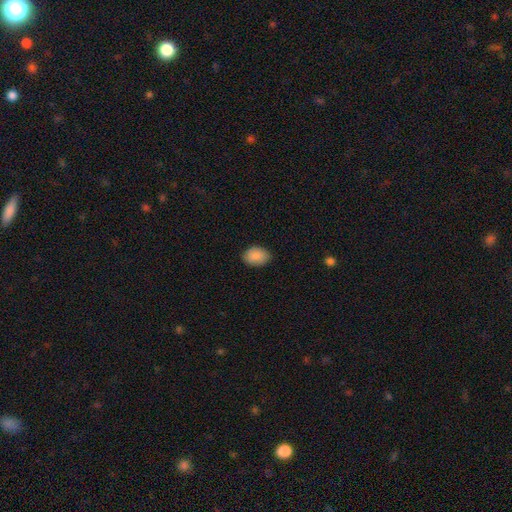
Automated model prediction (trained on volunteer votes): Q: Smooth or featured?
A: smooth (88%); runner-up: star or artifact (7%)
Q: How rounded?
A: in between (73%); runner-up: round (26%)
Q: Merging?
A: none (85%); runner-up: minor disturbance (12%)